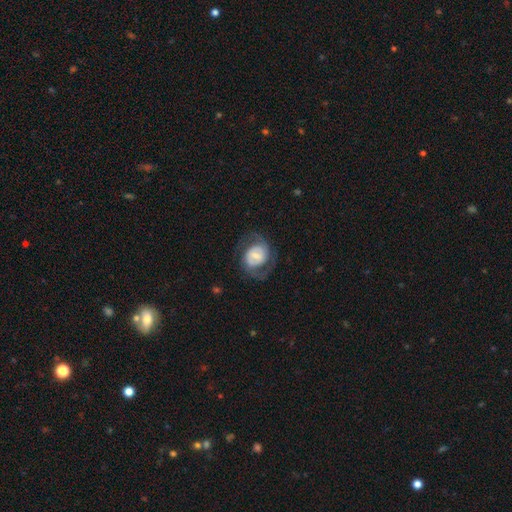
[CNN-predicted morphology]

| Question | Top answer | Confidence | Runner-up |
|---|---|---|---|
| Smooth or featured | featured or disk | 65% | smooth (29%) |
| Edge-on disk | no | 97% | yes (3%) |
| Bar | weak | 44% | no (34%) |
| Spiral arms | yes | 76% | no (24%) |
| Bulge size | small | 46% | moderate (34%) |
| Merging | none | 62% | major disturbance (20%) |